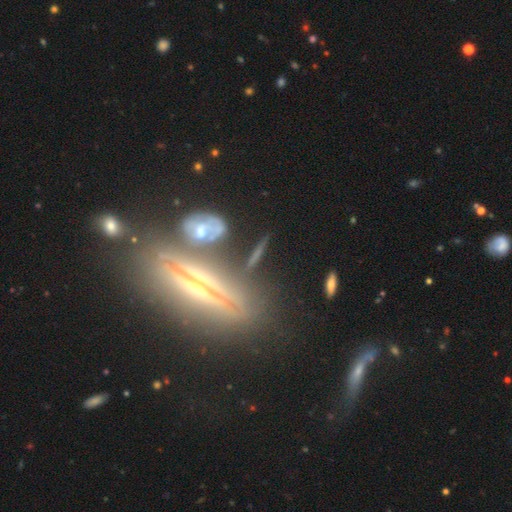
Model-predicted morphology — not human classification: Smooth or featured: featured or disk — 52% (smooth — 25%)
Edge-on disk: yes — 75% (no — 25%)
Merging: none — 66% (minor disturbance — 16%)